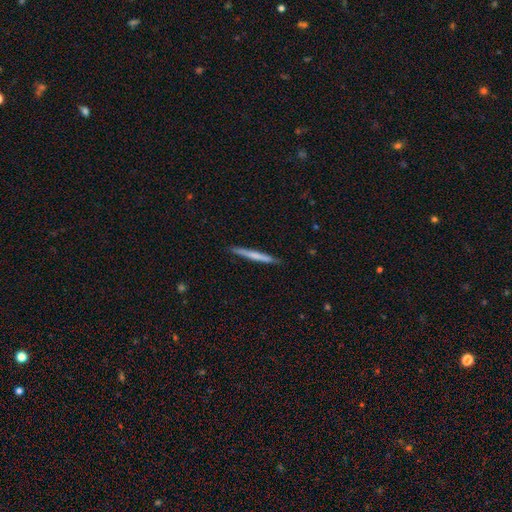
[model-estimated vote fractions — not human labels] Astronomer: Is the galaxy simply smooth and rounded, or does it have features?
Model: smooth — 56% (runner-up: featured or disk, 39%).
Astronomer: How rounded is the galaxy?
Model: cigar-shaped — 97%.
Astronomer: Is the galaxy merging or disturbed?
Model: none — 90%.